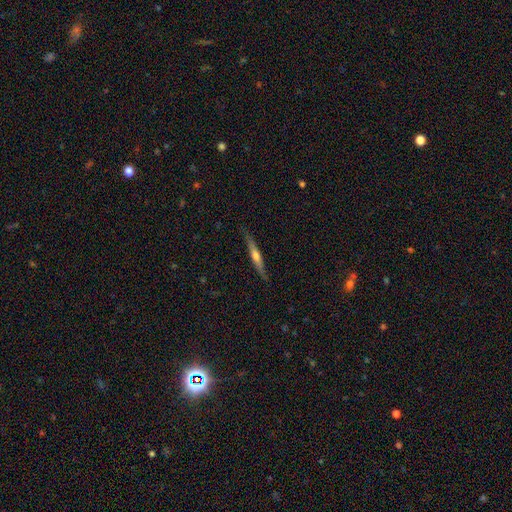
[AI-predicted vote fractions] smooth_or_featured: featured or disk (p=0.60) [alt: smooth p=0.34]
disk_edge_on: yes (p=0.96) [alt: no p=0.04]
edge_on_bulge: rounded (p=0.74) [alt: none p=0.18]
merging: none (p=0.84) [alt: minor disturbance p=0.12]